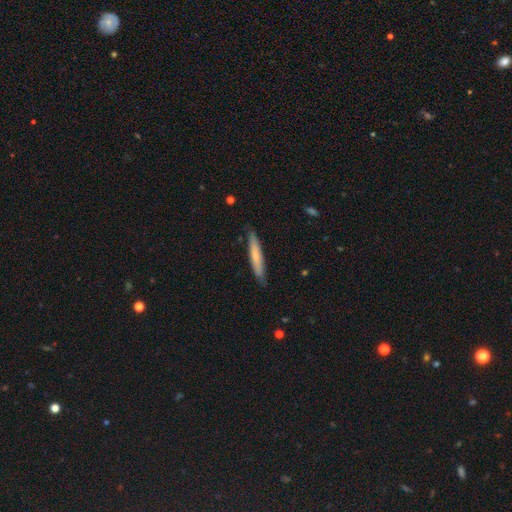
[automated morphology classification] A smooth galaxy with no disk features (64%) that is cigar-shaped (93%).

Vote fractions:
- Smooth or featured? smooth: 64% / featured or disk: 30% / star or artifact: 6%
- How rounded? cigar-shaped: 93% / in between: 6% / round: 1%
- Merging? none: 84% / minor disturbance: 13% / major disturbance: 2% / merger: 1%